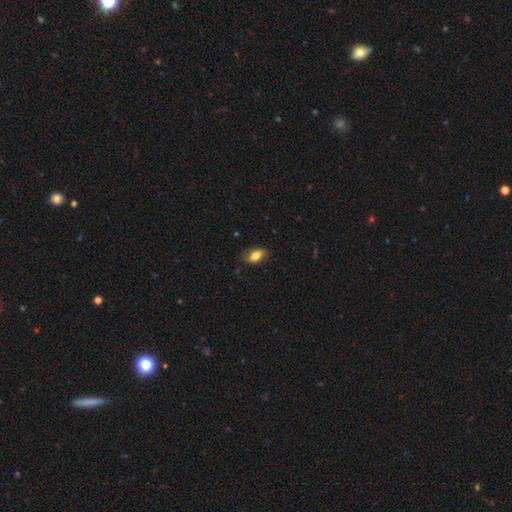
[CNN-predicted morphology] This is likely a smooth galaxy (78%). How rounded: clearly in between (89%). Merging: likely none (79%).